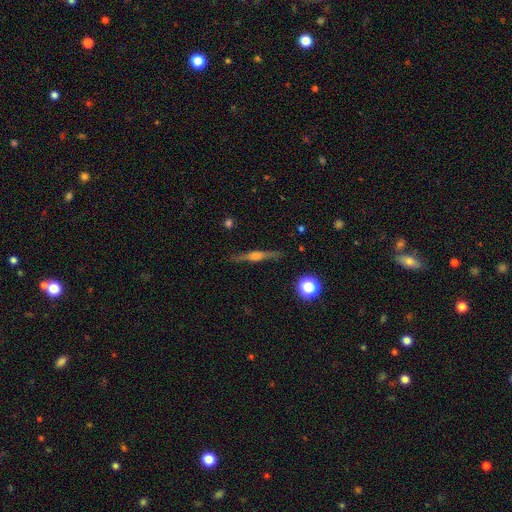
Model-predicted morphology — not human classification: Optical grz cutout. It shows a featured or disk galaxy (74%) viewed edge-on (97%) with a rounded central bulge (79%). Merging: none (89%).